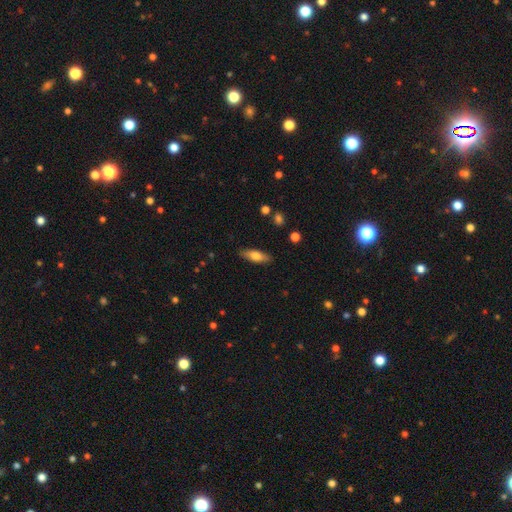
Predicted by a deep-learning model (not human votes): The model was most divided on "how rounded": in between: 55%, cigar-shaped: 42%, round: 2%. More confident: merging — none (87%); smooth or featured — smooth (67%).